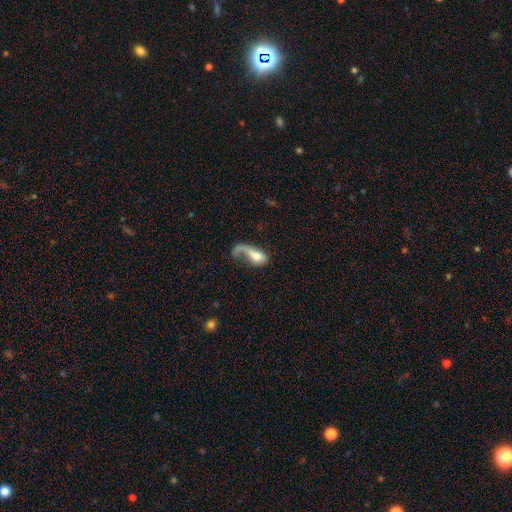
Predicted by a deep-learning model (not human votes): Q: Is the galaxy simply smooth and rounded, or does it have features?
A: smooth — 52%.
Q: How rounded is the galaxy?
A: in between — 76%.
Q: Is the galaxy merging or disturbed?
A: major disturbance — 55%.